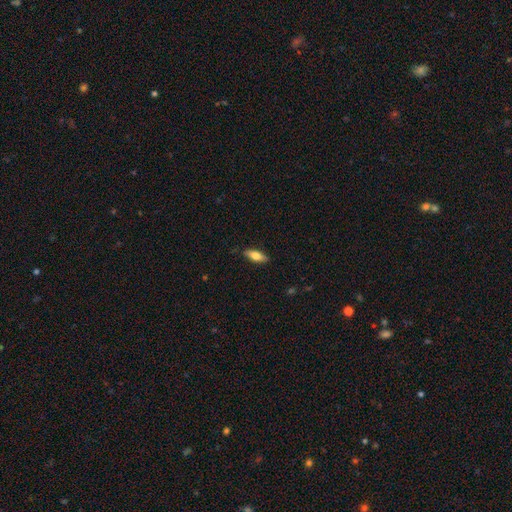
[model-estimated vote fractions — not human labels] This is likely a smooth galaxy (74%). How rounded: likely in between (71%). Merging: clearly none (86%).